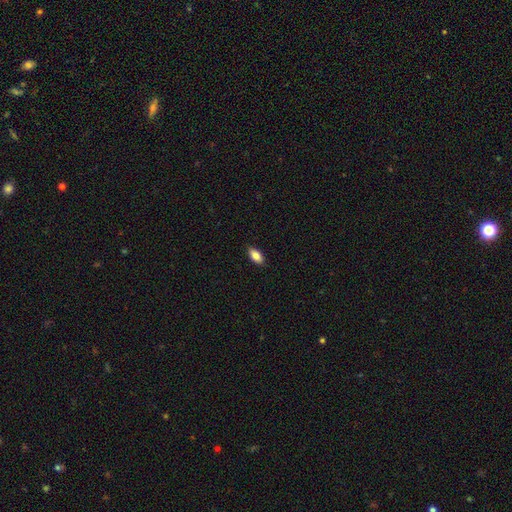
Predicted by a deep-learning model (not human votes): smooth_or_featured: smooth (p=0.84) [alt: featured or disk p=0.09]
how_rounded: in between (p=0.90) [alt: cigar-shaped p=0.06]
merging: none (p=0.89) [alt: minor disturbance p=0.09]